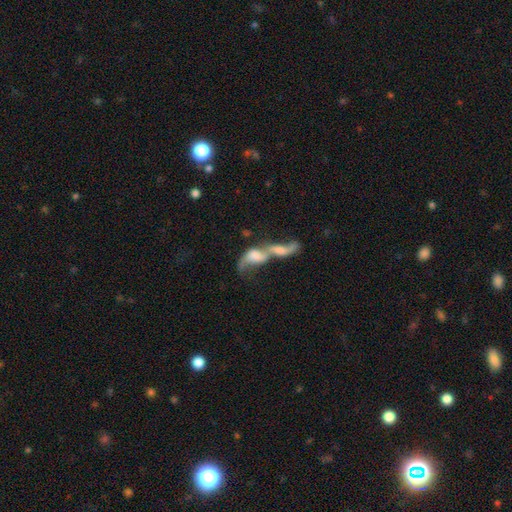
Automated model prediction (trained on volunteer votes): A featured or disk galaxy (50%).

Vote fractions:
- Smooth or featured? featured or disk: 50% / smooth: 41% / star or artifact: 9%
- Edge-on disk? no: 90% / yes: 10%
- Merging? merger: 81% / major disturbance: 9% / none: 7% / minor disturbance: 4%